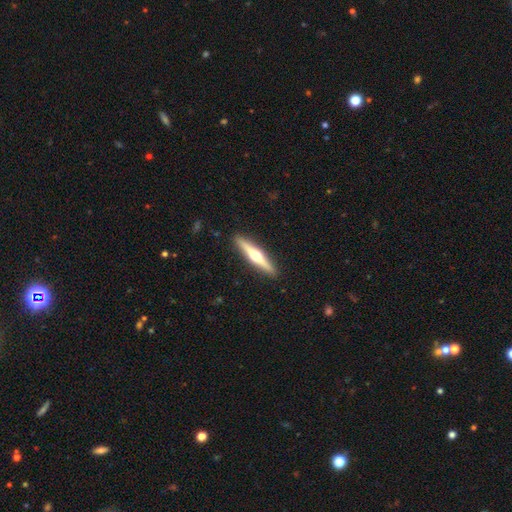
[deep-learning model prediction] A featured or disk galaxy (68%) viewed edge-on (97%) with a rounded central bulge (95%). Merging: none (92%).